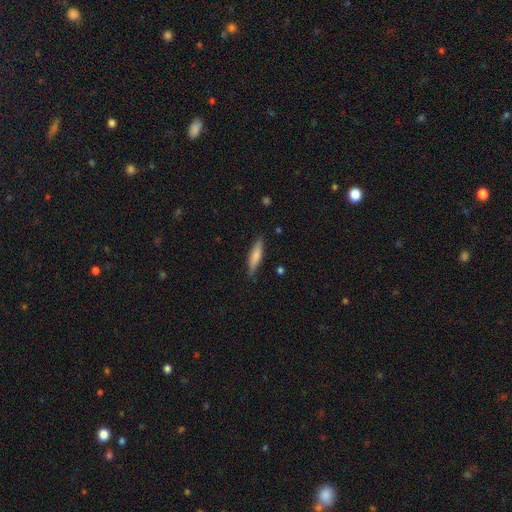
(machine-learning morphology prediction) This is likely a smooth galaxy (67%). How rounded: clearly cigar-shaped (80%). Merging: clearly none (83%).